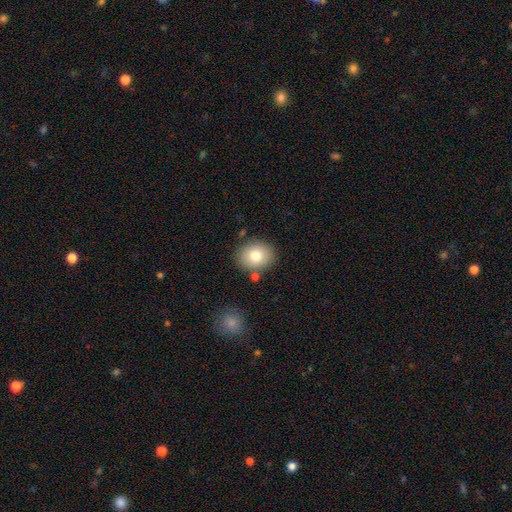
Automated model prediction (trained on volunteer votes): Smooth or featured?
  - smooth: 78% *
  - featured or disk: 12%
  - star or artifact: 9%
How rounded?
  - round: 59% *
  - in between: 40%
  - cigar-shaped: 1%
Merging?
  - none: 82% *
  - minor disturbance: 10%
  - merger: 5%
  - major disturbance: 3%